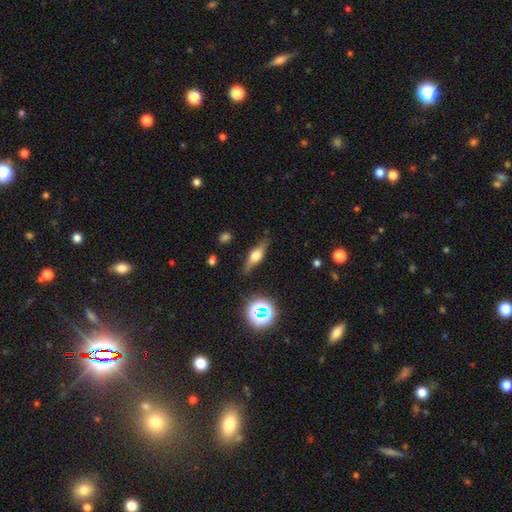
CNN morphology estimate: smooth-or-featured: featured or disk: 54% | smooth: 36% | star or artifact: 10%
  disk-edge-on: yes: 92% | no: 8%
  merging: none: 82% | minor disturbance: 13% | major disturbance: 3% | merger: 2%